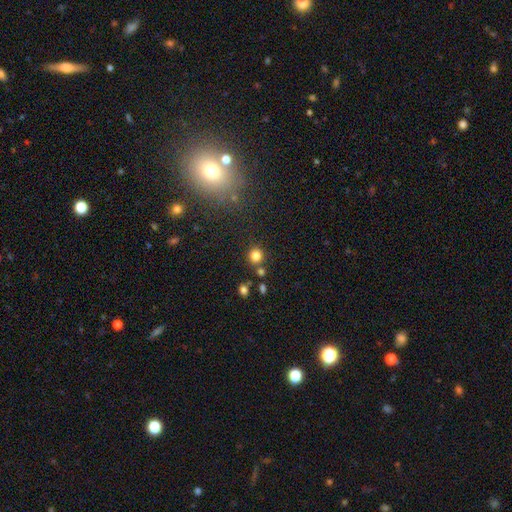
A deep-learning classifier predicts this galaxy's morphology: Smooth or featured? smooth (82%)
How rounded? round (91%)
Merging? none (80%)